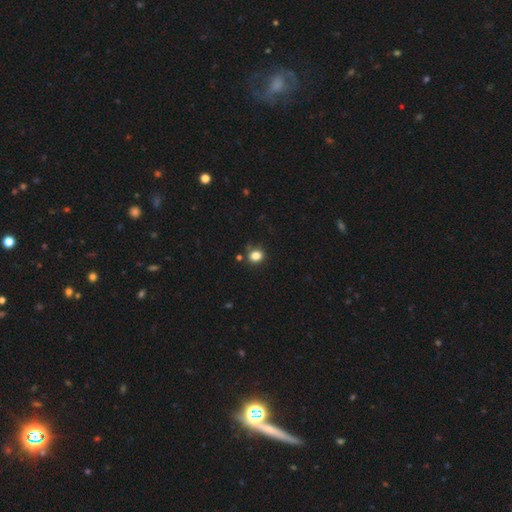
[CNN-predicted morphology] Smooth or featured: smooth — 83% (star or artifact — 12%)
How rounded: round — 68% (in between — 31%)
Merging: none — 76% (minor disturbance — 15%)